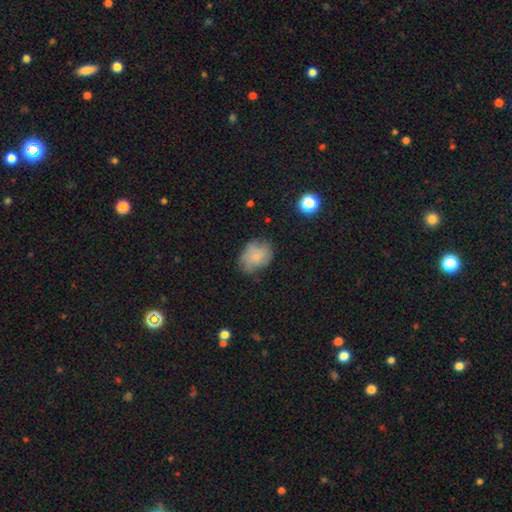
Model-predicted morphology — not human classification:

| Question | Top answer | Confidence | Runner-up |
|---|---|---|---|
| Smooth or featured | smooth | 65% | featured or disk (26%) |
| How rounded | in between | 54% | round (45%) |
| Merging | none | 58% | minor disturbance (30%) |